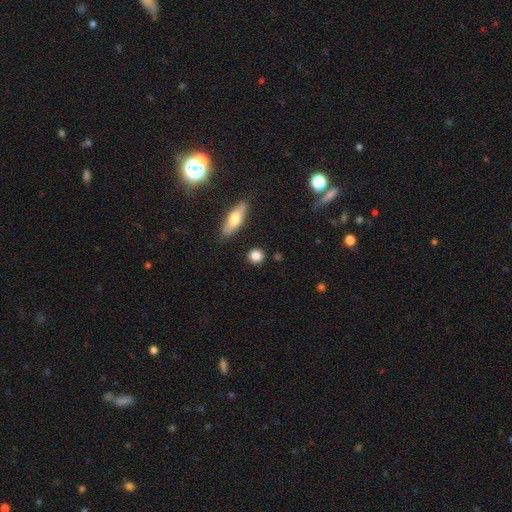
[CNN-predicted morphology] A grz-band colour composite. It shows a smooth galaxy with no disk features (85%) that is round (82%). Merging: none (86%).